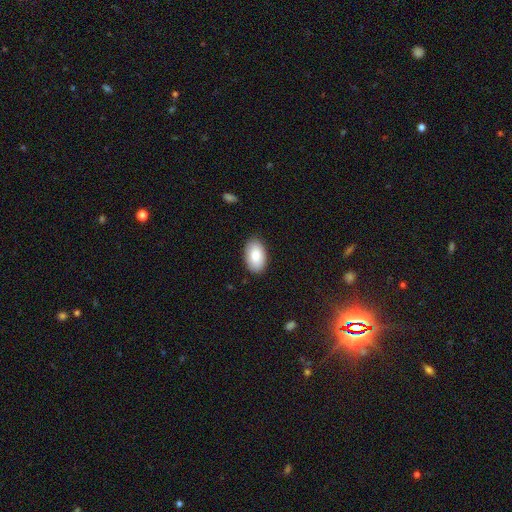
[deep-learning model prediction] This is clearly a smooth galaxy (86%). How rounded: clearly in between (94%). Merging: clearly none (87%).